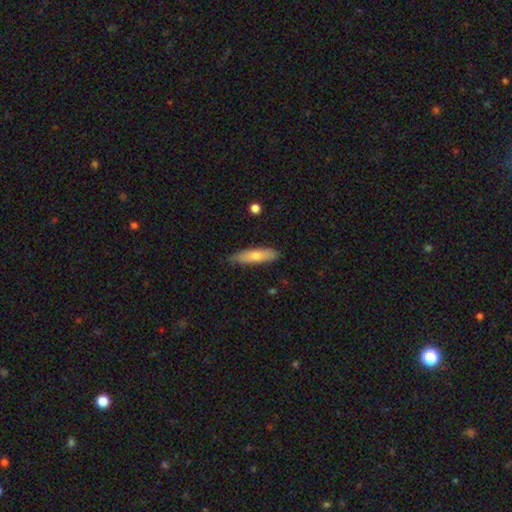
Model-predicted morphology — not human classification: This is likely a smooth galaxy (70%). How rounded: likely cigar-shaped (69%). Merging: clearly none (82%).